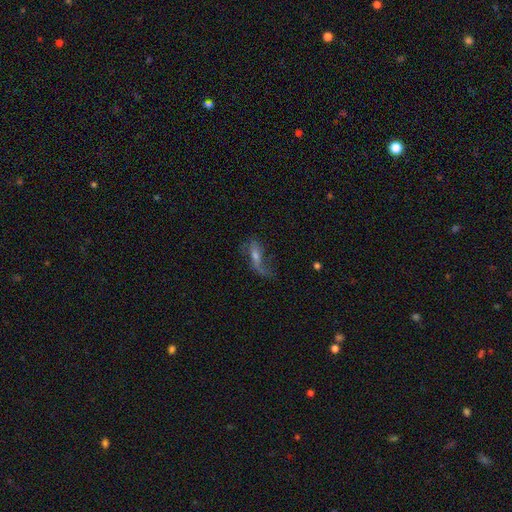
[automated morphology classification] Smooth or featured? Predicted: featured or disk (p=0.66). Edge-on disk? Predicted: no (p=0.79). Bar? Predicted: no (p=0.45). Spiral arms? Predicted: yes (p=0.79). Bulge size? Predicted: small (p=0.45). Merging? Predicted: none (p=0.46).